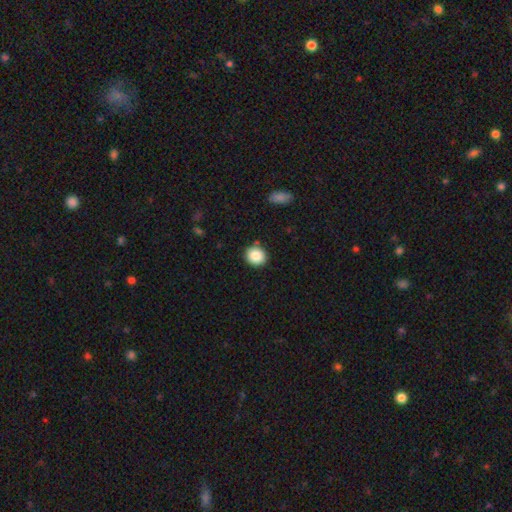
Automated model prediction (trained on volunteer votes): smooth-or-featured: smooth: 86% | star or artifact: 9% | featured or disk: 5%
  how-rounded: round: 78% | in between: 21% | cigar-shaped: 1%
  merging: none: 86% | minor disturbance: 9% | merger: 3% | major disturbance: 2%